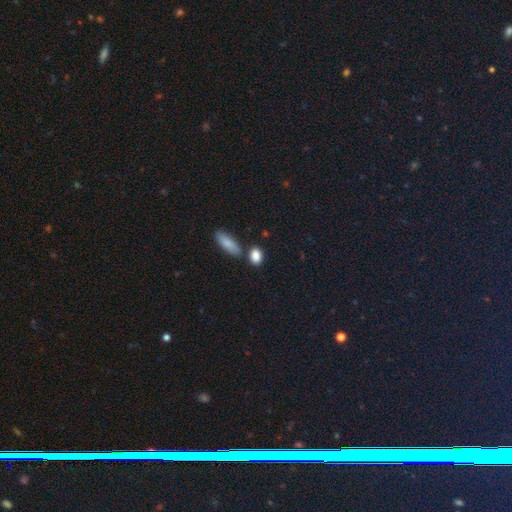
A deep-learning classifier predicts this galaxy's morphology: Smooth or featured? smooth (87%)
How rounded? in between (73%)
Merging? none (70%)